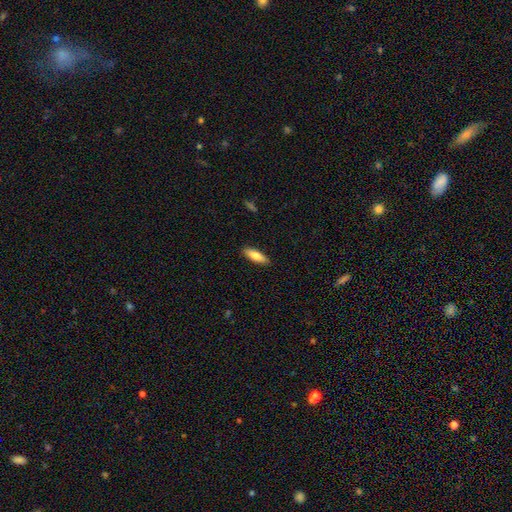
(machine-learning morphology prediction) Q: Smooth or featured?
A: smooth (76%); runner-up: featured or disk (18%)
Q: How rounded?
A: cigar-shaped (53%); runner-up: in between (45%)
Q: Merging?
A: none (90%); runner-up: minor disturbance (8%)